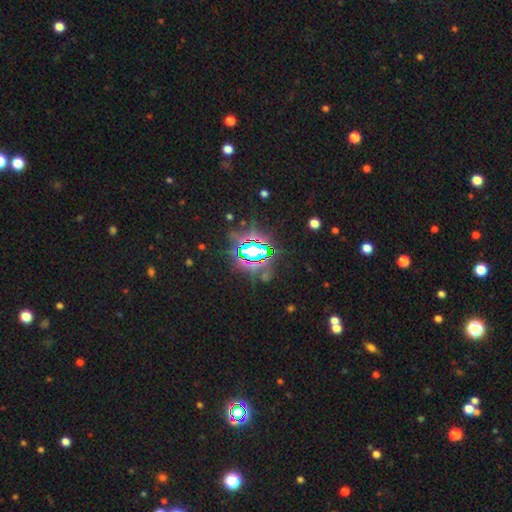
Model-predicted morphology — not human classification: Smooth or featured? Predicted: star or artifact (p=0.75).